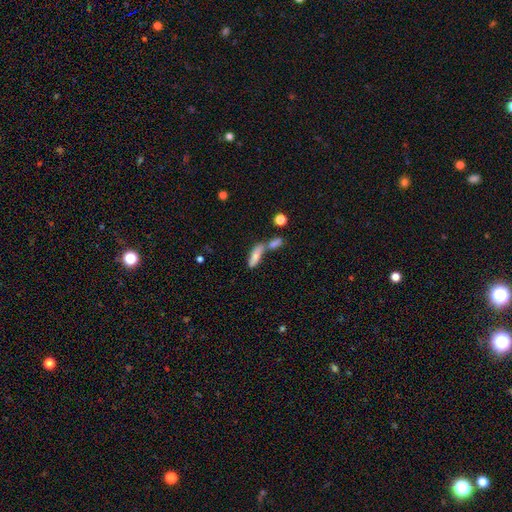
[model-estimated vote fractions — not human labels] A smooth galaxy with no disk features (74%) that is in between round and cigar-shaped (57%). Merging: merger (50%).